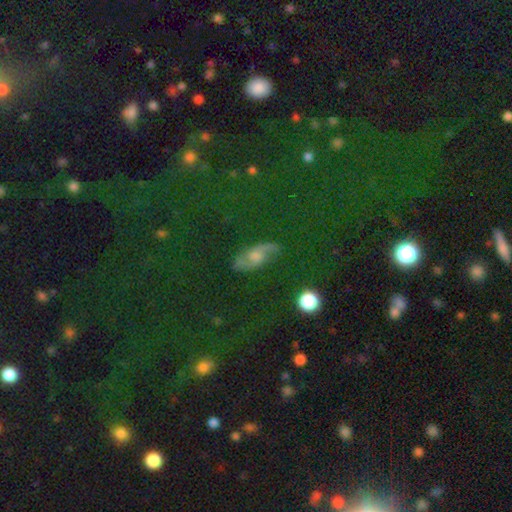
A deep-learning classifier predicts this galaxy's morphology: Smooth or featured: featured or disk — 41% (star or artifact — 30%)
Merging: none — 79% (minor disturbance — 13%)